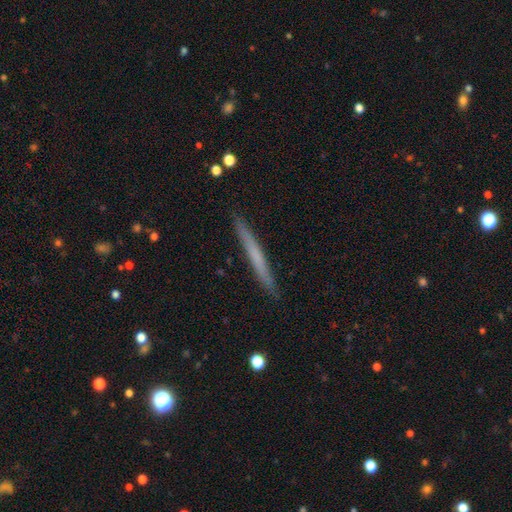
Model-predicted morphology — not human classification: type=smooth (52%); roundness=cigar-shaped (97%); merging=none (92%).